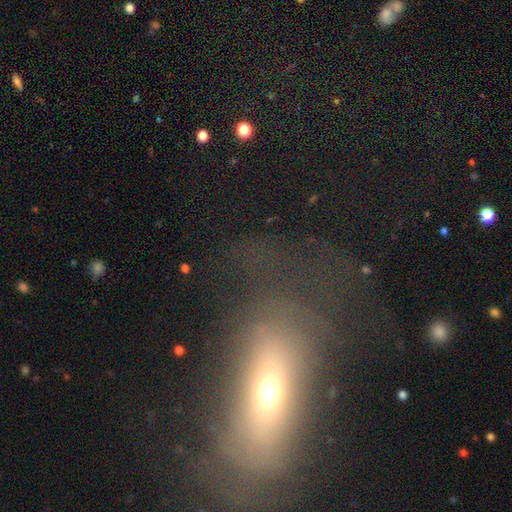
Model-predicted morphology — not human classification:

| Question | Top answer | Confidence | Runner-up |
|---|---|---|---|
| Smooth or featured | smooth | 46% | featured or disk (29%) |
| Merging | none | 54% | major disturbance (26%) |